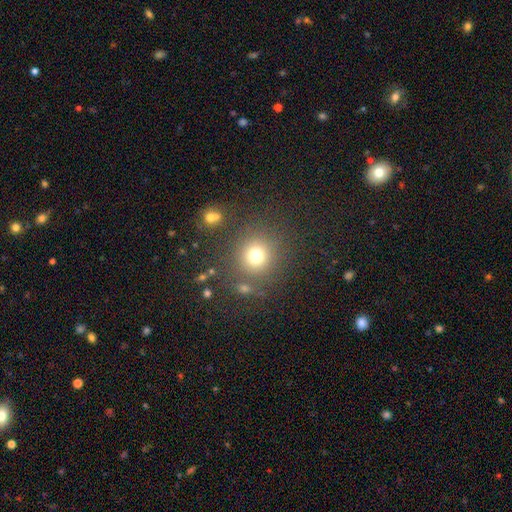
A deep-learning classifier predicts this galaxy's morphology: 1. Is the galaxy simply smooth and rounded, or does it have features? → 74% smooth, 17% star or artifact, 9% featured or disk.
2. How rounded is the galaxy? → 92% round, 7% in between, 1% cigar-shaped.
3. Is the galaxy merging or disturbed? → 81% none, 9% minor disturbance, 5% merger, 5% major disturbance.